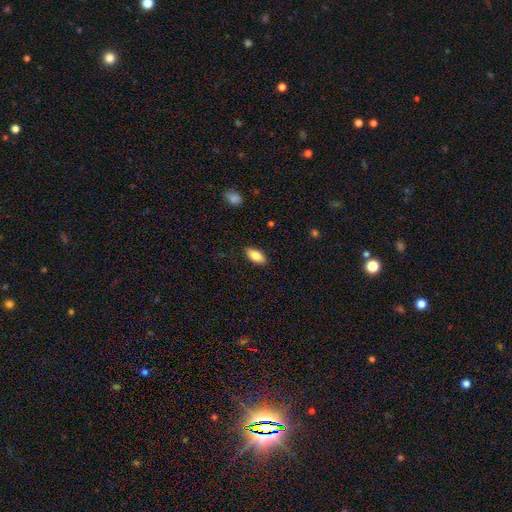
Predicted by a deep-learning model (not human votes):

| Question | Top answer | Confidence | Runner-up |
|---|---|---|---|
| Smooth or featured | smooth | 84% | featured or disk (9%) |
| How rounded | in between | 90% | cigar-shaped (7%) |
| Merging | none | 86% | minor disturbance (11%) |